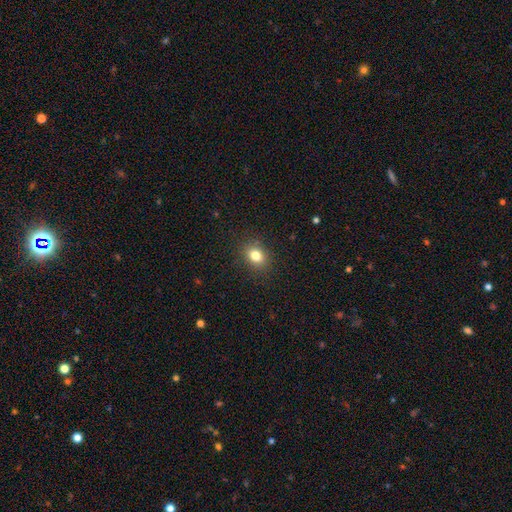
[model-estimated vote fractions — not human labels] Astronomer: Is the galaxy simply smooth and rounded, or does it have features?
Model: smooth — 81%.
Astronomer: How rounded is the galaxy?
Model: round — 51% (runner-up: in between, 48%).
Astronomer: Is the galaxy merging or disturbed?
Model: none — 88%.